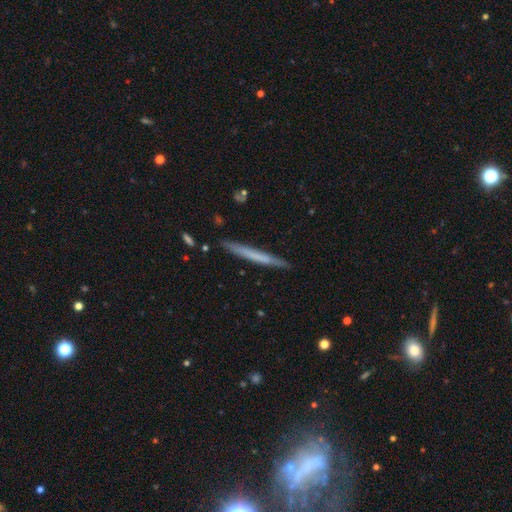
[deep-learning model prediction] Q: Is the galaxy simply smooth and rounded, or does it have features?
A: smooth — 56%.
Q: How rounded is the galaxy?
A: cigar-shaped — 97%.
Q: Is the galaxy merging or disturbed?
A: none — 88%.